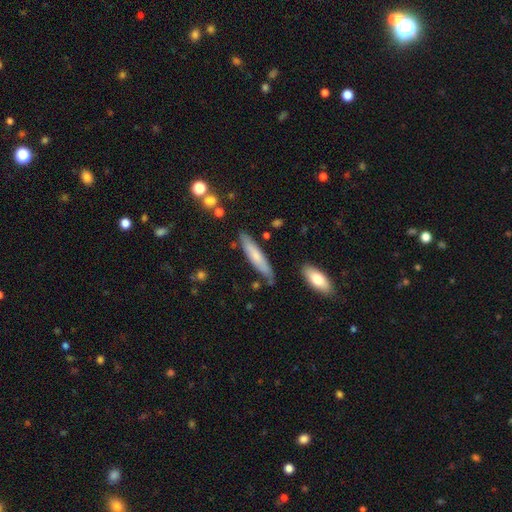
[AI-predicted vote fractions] Q: Smooth or featured?
A: smooth (70%); runner-up: featured or disk (24%)
Q: How rounded?
A: cigar-shaped (81%); runner-up: in between (18%)
Q: Merging?
A: none (79%); runner-up: minor disturbance (15%)